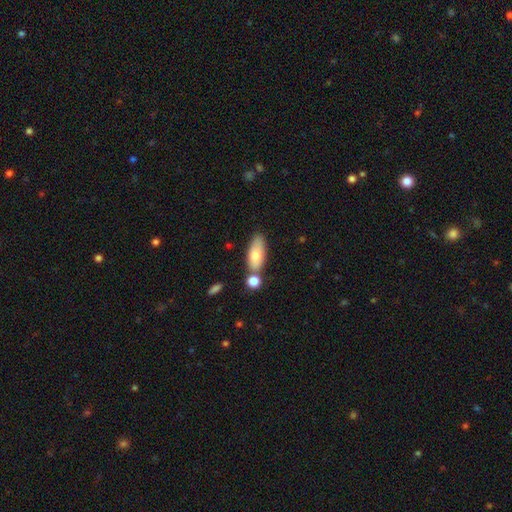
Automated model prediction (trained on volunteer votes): Q: Smooth or featured?
A: smooth (76%); runner-up: featured or disk (17%)
Q: How rounded?
A: in between (78%); runner-up: cigar-shaped (19%)
Q: Merging?
A: none (62%); runner-up: merger (18%)